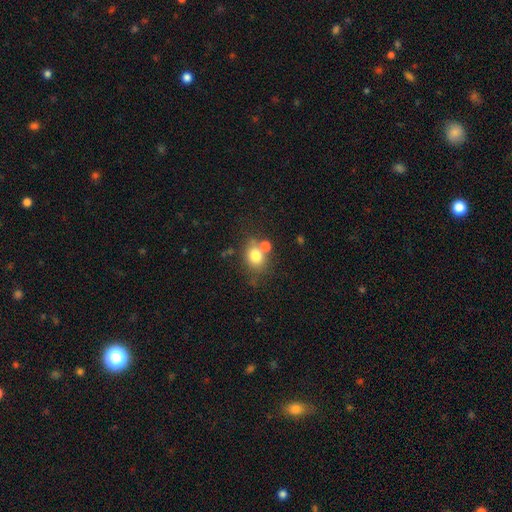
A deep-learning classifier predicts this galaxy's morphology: A smooth galaxy with no disk features (77%) that is round (55%).

Vote fractions:
- Smooth or featured? smooth: 77% / featured or disk: 12% / star or artifact: 11%
- How rounded? round: 55% / in between: 44% / cigar-shaped: 1%
- Merging? none: 56% / merger: 25% / minor disturbance: 13% / major disturbance: 5%